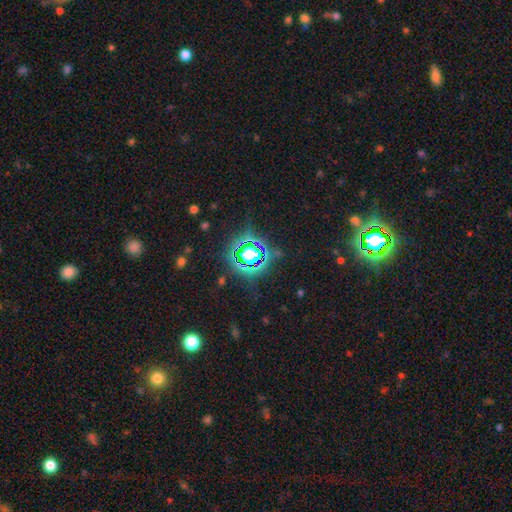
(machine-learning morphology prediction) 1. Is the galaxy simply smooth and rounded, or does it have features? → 80% star or artifact, 12% smooth, 7% featured or disk.